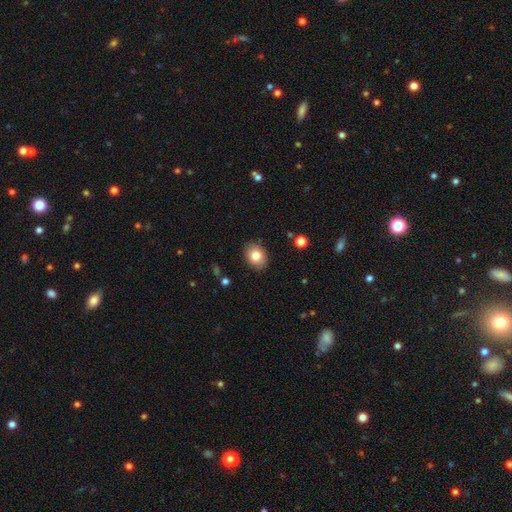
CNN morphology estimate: Smooth or featured? smooth (81%)
How rounded? in between (66%)
Merging? none (87%)